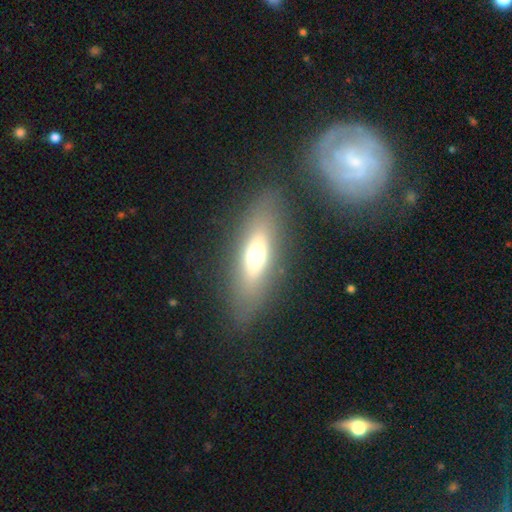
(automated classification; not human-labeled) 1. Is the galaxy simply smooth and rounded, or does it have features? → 56% smooth, 34% featured or disk, 10% star or artifact.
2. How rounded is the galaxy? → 54% in between, 41% cigar-shaped, 5% round.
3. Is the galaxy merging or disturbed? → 81% none, 10% minor disturbance, 5% major disturbance, 3% merger.